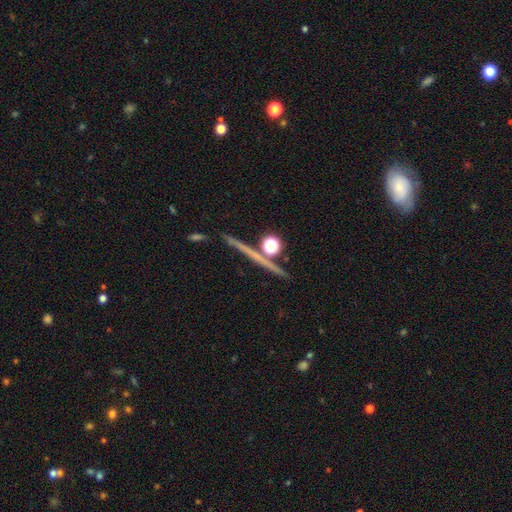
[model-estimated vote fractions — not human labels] A featured or disk galaxy (55%) viewed edge-on (94%) with no central bulge (71%).

Vote fractions:
- Smooth or featured? featured or disk: 55% / star or artifact: 23% / smooth: 22%
- Edge-on disk? yes: 94% / no: 6%
- Edge-on bulge? none: 71% / rounded: 21% / boxy: 8%
- Merging? none: 85% / minor disturbance: 7% / merger: 5% / major disturbance: 3%